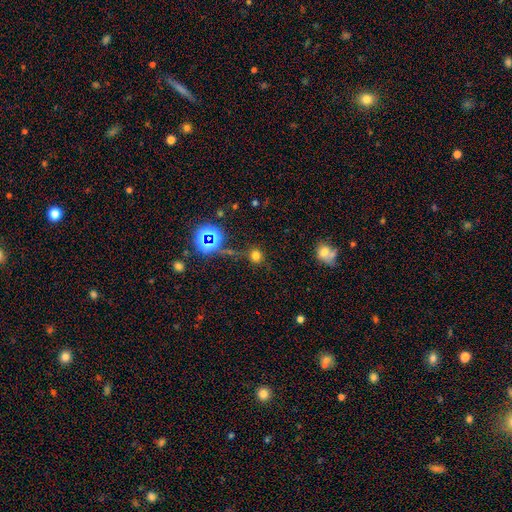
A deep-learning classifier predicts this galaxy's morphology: Smooth or featured? smooth (64%)
How rounded? round (88%)
Merging? none (76%)